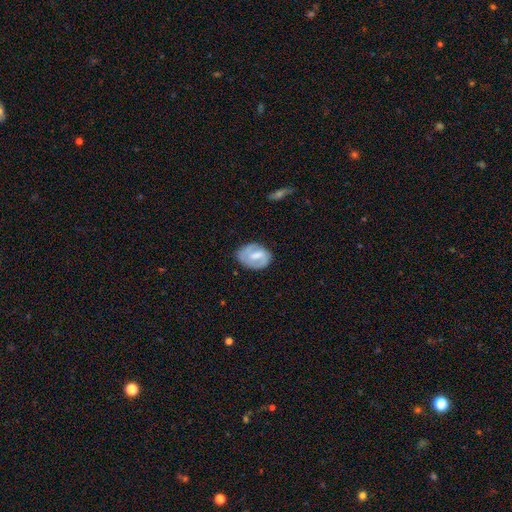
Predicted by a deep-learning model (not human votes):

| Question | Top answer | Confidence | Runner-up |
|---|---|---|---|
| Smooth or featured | featured or disk | 48% | smooth (46%) |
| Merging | none | 63% | minor disturbance (25%) |